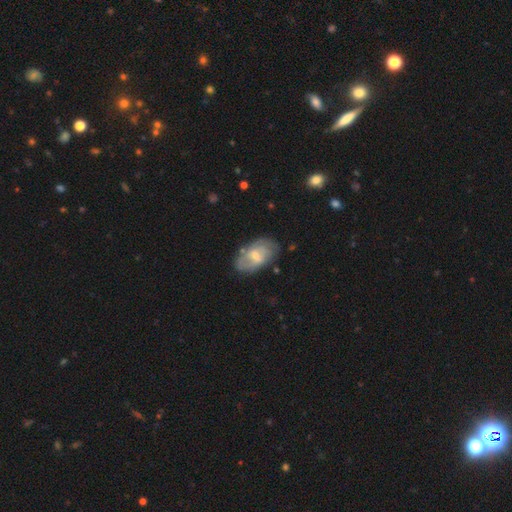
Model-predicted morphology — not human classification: This appears to be a featured or disk galaxy (58%) with a weak bar (55%), spiral arms (65%) and a moderate central bulge (46%). Merging: none (66%).